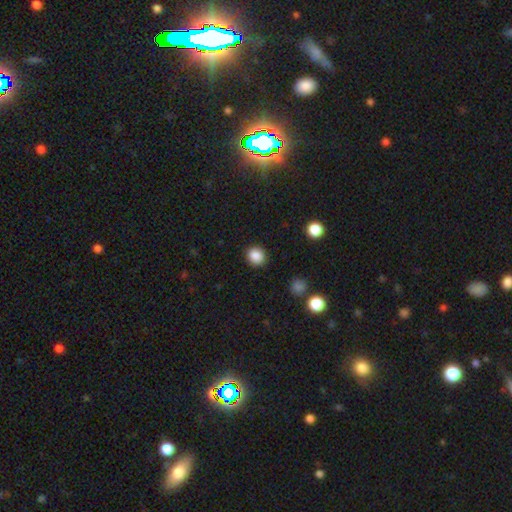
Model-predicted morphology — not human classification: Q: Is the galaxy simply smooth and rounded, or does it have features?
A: smooth — 87%.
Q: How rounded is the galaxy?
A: round — 80%.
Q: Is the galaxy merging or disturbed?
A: none — 90%.